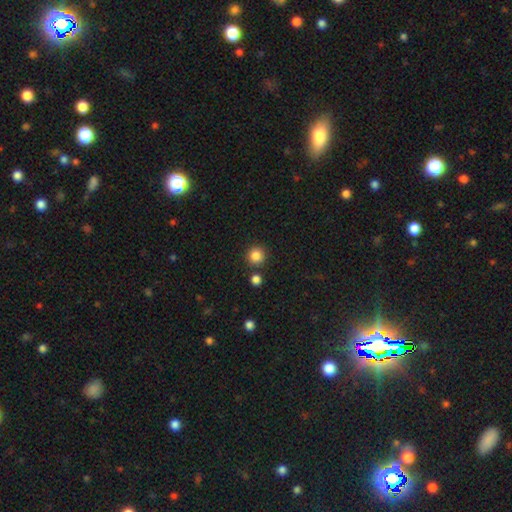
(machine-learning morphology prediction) smooth 85%, star or artifact 11%, featured or disk 4%. Down the decision tree: how rounded — round (94%); merging — none (84%).